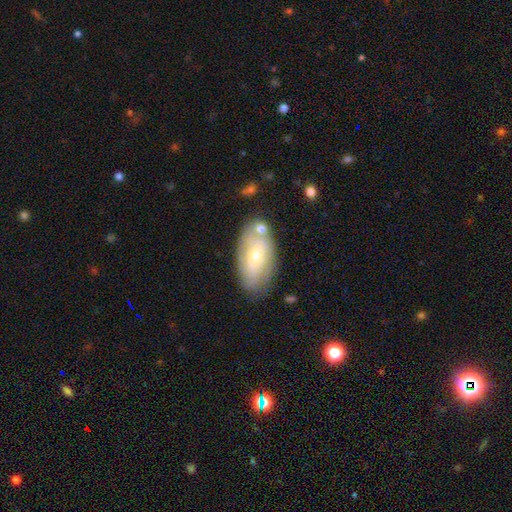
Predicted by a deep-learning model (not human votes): smooth-or-featured: featured or disk: 49% | smooth: 44% | star or artifact: 7%
  merging: none: 69% | minor disturbance: 18% | merger: 8% | major disturbance: 5%